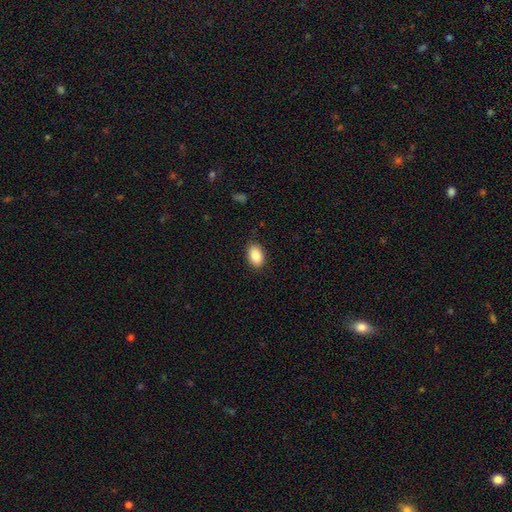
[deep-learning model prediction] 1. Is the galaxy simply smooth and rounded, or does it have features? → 89% smooth, 7% star or artifact, 4% featured or disk.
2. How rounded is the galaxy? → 91% in between, 8% round, 1% cigar-shaped.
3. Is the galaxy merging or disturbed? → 87% none, 10% minor disturbance, 2% major disturbance, 1% merger.